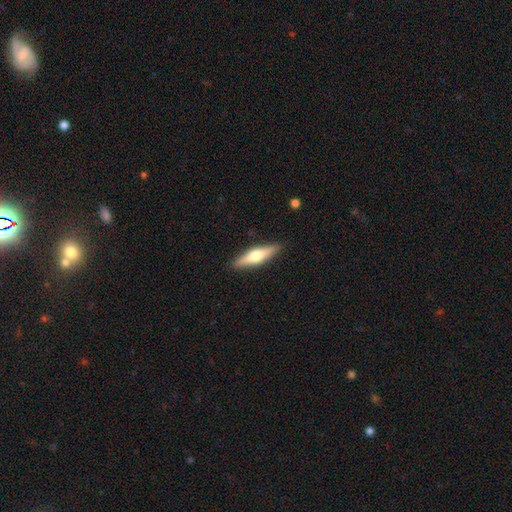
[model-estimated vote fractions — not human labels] This appears to be a featured or disk galaxy (50%) viewed edge-on (94%). Merging: none (89%).